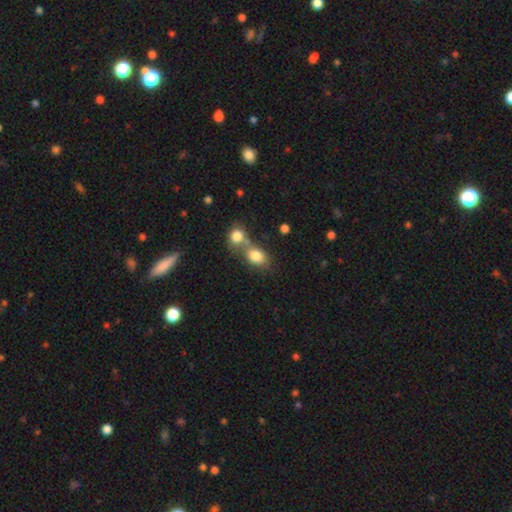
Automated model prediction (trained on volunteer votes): A smooth galaxy with no disk features (82%) that is in between round and cigar-shaped (63%). Merging: merger (56%).